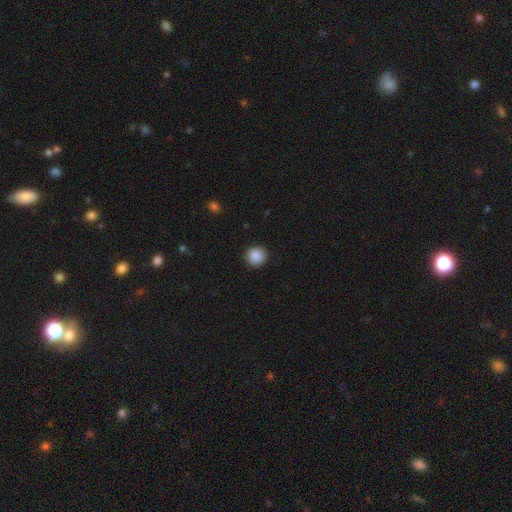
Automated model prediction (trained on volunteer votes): This appears to be a smooth galaxy with no disk features (89%) that is round (94%). Merging: none (92%).